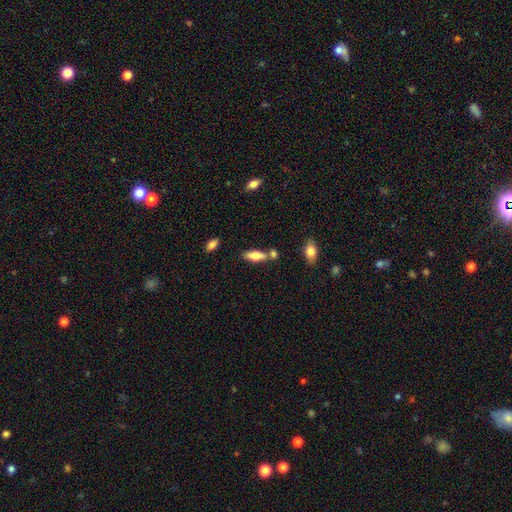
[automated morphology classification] This appears to be a smooth galaxy with no disk features (69%) that is in between round and cigar-shaped (59%). Merging: none (63%).